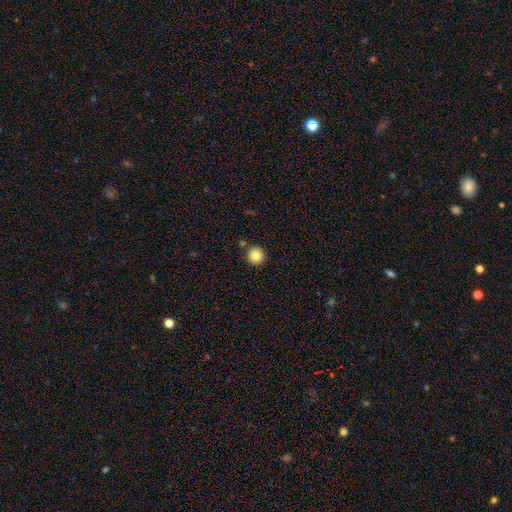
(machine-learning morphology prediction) smooth-or-featured: smooth: 84% | star or artifact: 10% | featured or disk: 6%
  how-rounded: round: 95% | in between: 4% | cigar-shaped: 1%
  merging: none: 88% | minor disturbance: 6% | merger: 4% | major disturbance: 2%